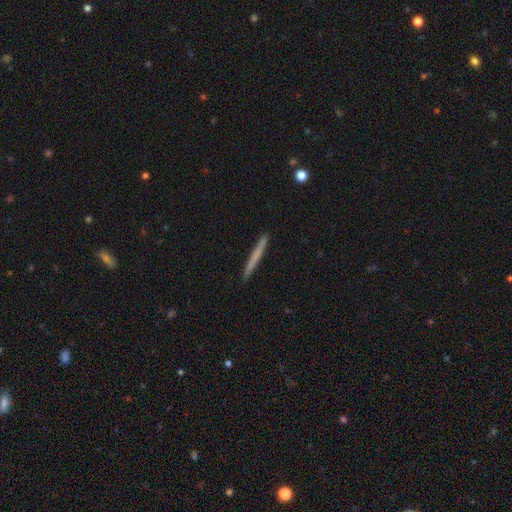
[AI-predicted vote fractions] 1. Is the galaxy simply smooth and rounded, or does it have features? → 60% smooth, 34% featured or disk, 6% star or artifact.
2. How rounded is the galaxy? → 97% cigar-shaped, 2% in between, 1% round.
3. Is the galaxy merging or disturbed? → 92% none, 5% minor disturbance, 1% major disturbance, 1% merger.